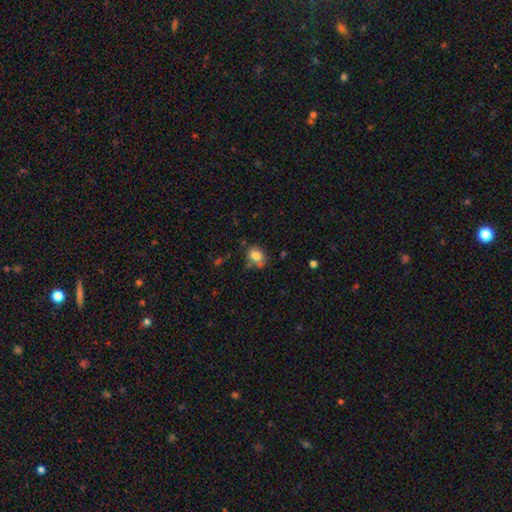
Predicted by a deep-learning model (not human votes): Smooth or featured? Predicted: smooth (p=0.81). How rounded? Predicted: in between (p=0.58). Merging? Predicted: none (p=0.60).